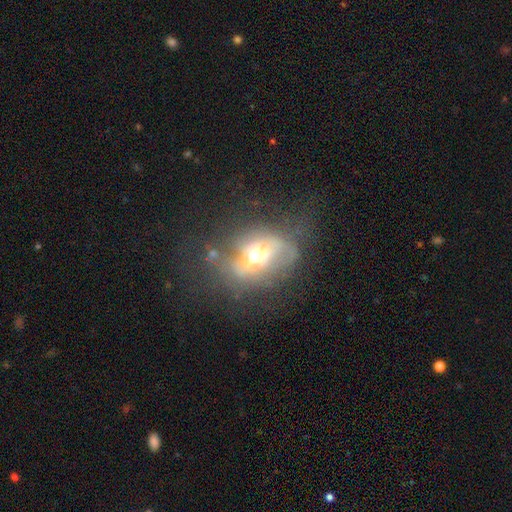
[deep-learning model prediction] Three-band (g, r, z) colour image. It shows a featured or disk galaxy (55%). Merging: none (46%).